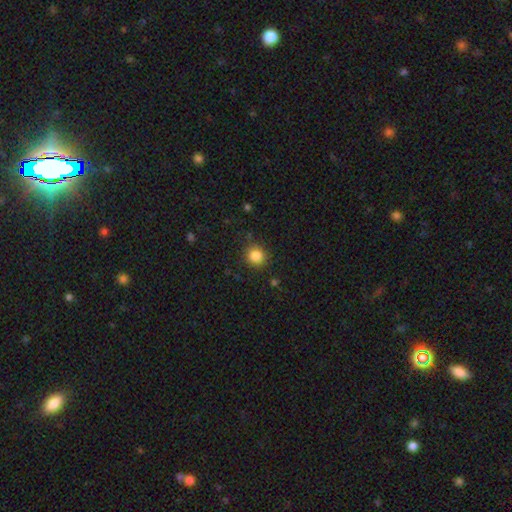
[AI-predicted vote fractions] This appears to be a smooth galaxy with no disk features (85%) that is round (89%). Merging: none (87%).